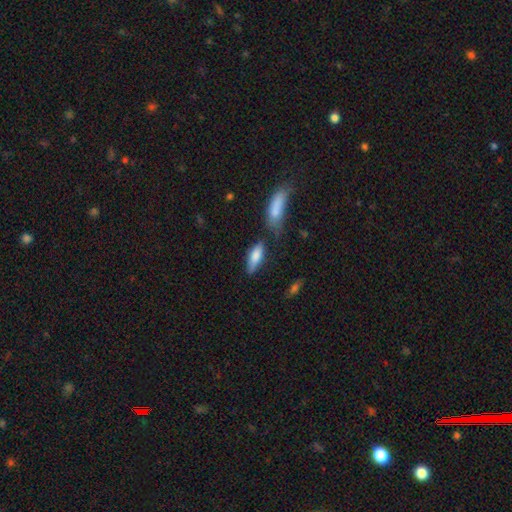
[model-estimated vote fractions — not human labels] smooth_or_featured: smooth (p=0.75) [alt: featured or disk p=0.18]
how_rounded: in between (p=0.61) [alt: cigar-shaped p=0.37]
merging: none (p=0.60) [alt: minor disturbance p=0.23]